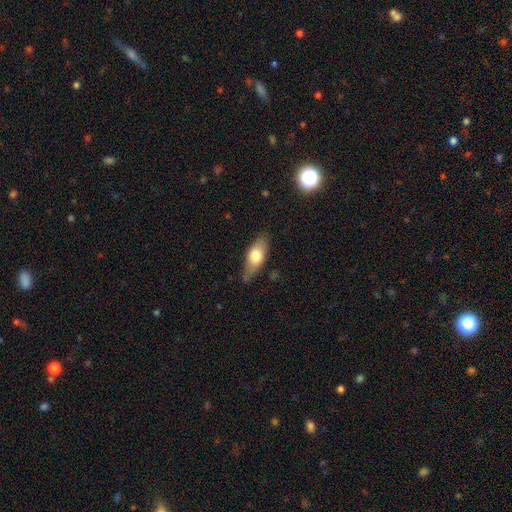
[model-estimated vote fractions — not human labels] smooth 66%, featured or disk 28%, star or artifact 6%. Down the decision tree: how rounded — in between (74%); merging — none (72%).